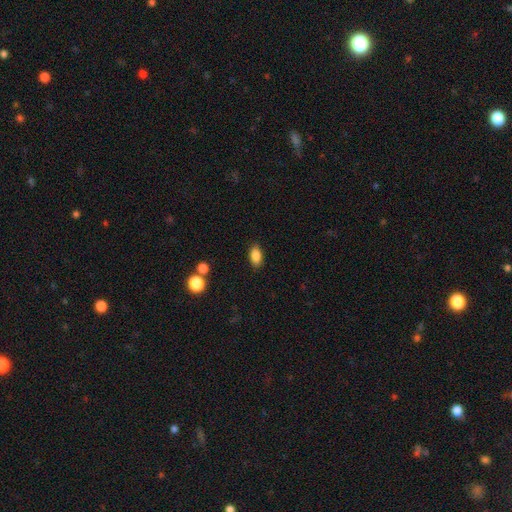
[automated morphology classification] The model was most divided on "smooth or featured": smooth: 86%, star or artifact: 9%, featured or disk: 5%. More confident: how rounded — in between (89%); merging — none (87%).